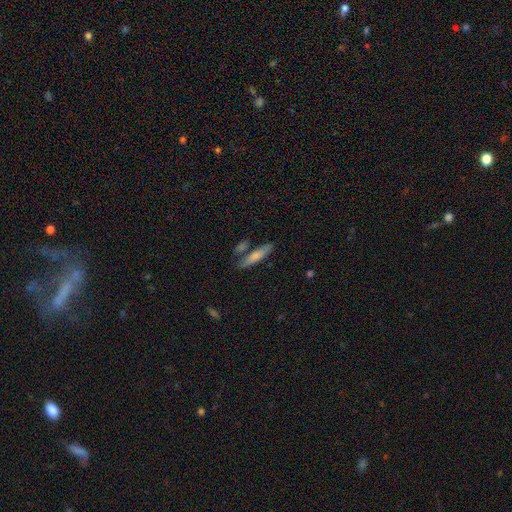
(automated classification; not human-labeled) Smooth or featured: smooth — 73% (featured or disk — 21%)
How rounded: cigar-shaped — 79% (in between — 19%)
Merging: none — 71% (minor disturbance — 13%)